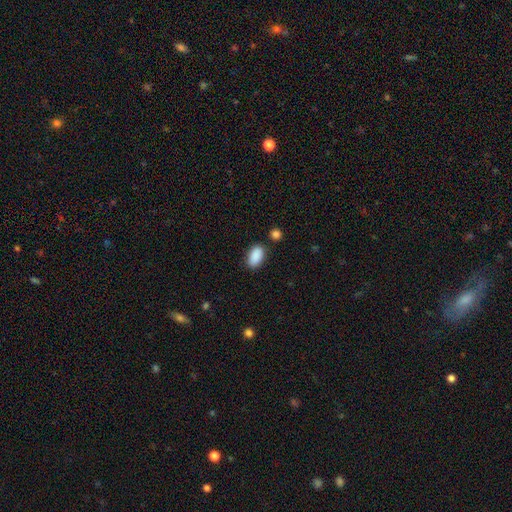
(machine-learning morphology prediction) A smooth galaxy with no disk features (90%) that is in between round and cigar-shaped (93%). Merging: none (84%).